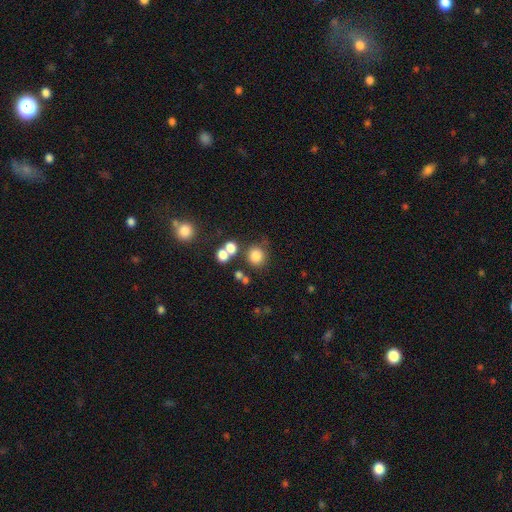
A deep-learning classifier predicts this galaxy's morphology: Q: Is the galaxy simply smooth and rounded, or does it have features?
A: smooth — 79%.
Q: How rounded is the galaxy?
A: round — 89%.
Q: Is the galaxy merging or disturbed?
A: none — 68%.